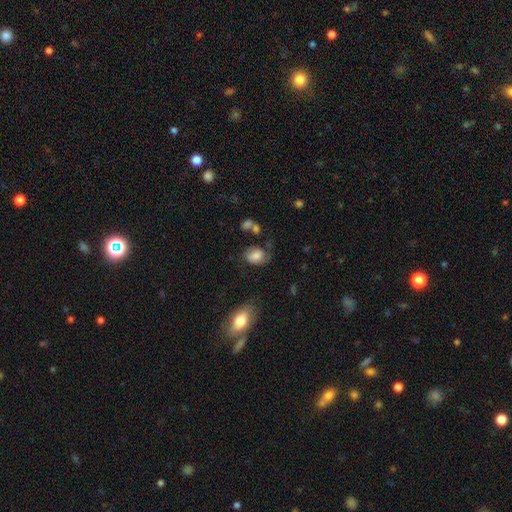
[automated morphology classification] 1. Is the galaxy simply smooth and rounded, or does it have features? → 69% smooth, 22% featured or disk, 9% star or artifact.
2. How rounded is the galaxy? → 70% in between, 29% round, 1% cigar-shaped.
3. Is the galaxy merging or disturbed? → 51% none, 28% minor disturbance, 16% major disturbance, 6% merger.